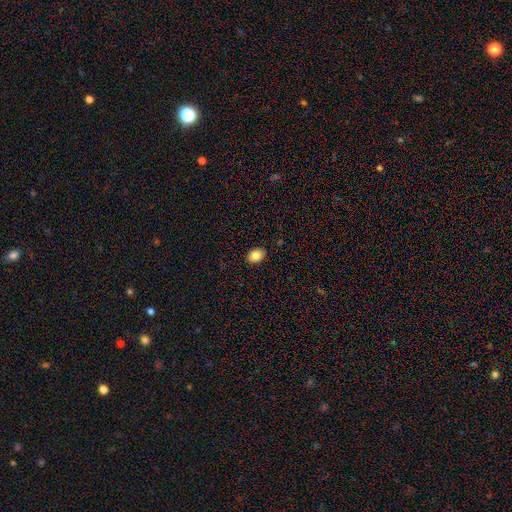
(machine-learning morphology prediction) A smooth galaxy with no disk features (84%) that is in between round and cigar-shaped (75%). Merging: none (89%).